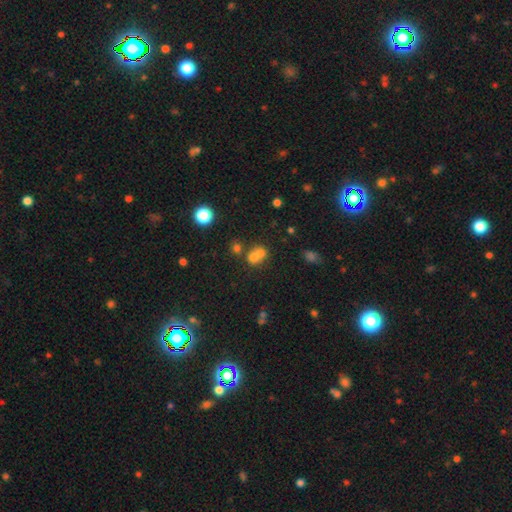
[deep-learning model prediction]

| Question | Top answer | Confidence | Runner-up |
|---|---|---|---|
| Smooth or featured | smooth | 67% | featured or disk (17%) |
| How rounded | round | 70% | in between (29%) |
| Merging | merger | 62% | none (28%) |